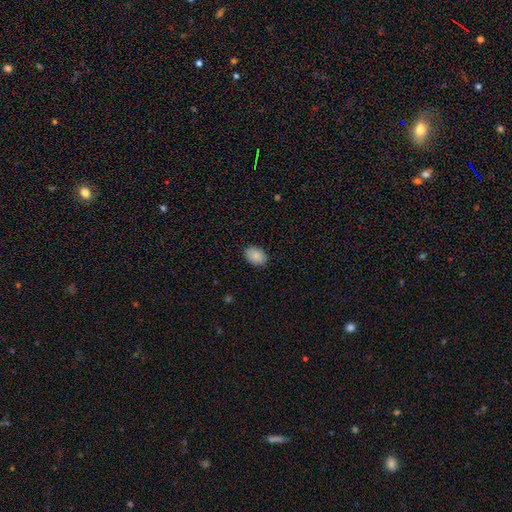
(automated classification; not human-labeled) Smooth or featured? Predicted: smooth (p=0.88). How rounded? Predicted: in between (p=0.82). Merging? Predicted: none (p=0.87).